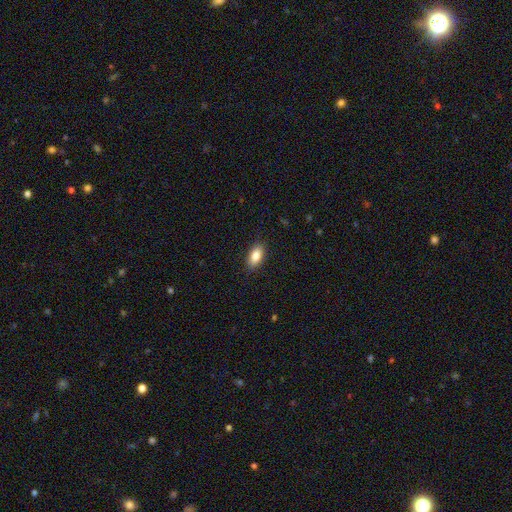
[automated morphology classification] Q: Smooth or featured?
A: smooth (85%); runner-up: featured or disk (8%)
Q: How rounded?
A: in between (90%); runner-up: cigar-shaped (6%)
Q: Merging?
A: none (88%); runner-up: minor disturbance (9%)